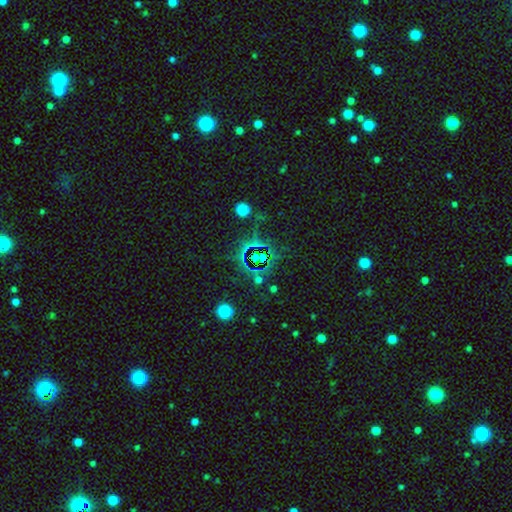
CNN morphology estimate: A star or artifact, not a galaxy (73%).

Vote fractions:
- Smooth or featured? star or artifact: 73% / smooth: 16% / featured or disk: 11%